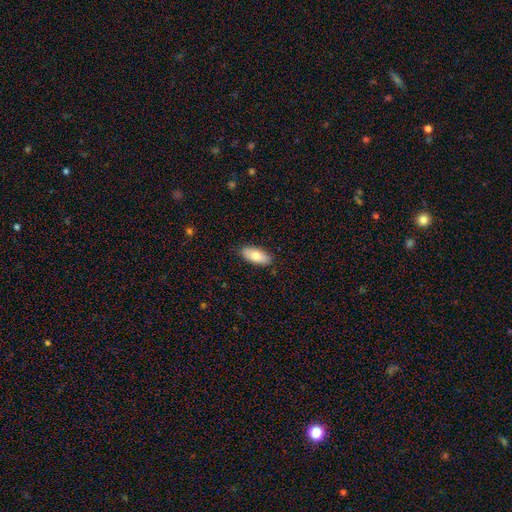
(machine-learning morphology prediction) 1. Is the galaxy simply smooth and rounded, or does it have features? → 76% smooth, 17% featured or disk, 6% star or artifact.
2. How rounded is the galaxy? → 87% in between, 10% cigar-shaped, 2% round.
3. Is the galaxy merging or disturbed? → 86% none, 11% minor disturbance, 2% major disturbance, 1% merger.